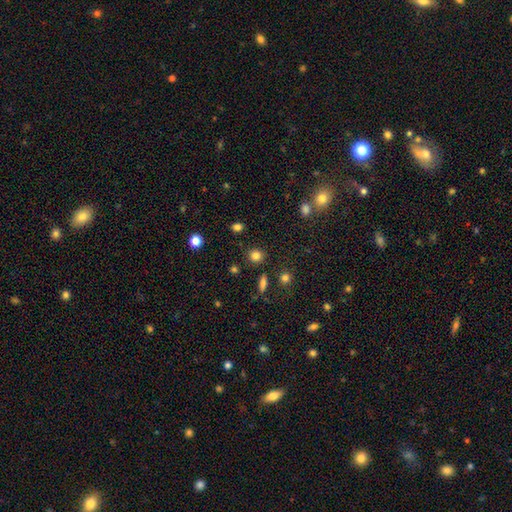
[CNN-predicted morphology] A smooth galaxy with no disk features (82%) that is round (87%). Merging: none (87%).